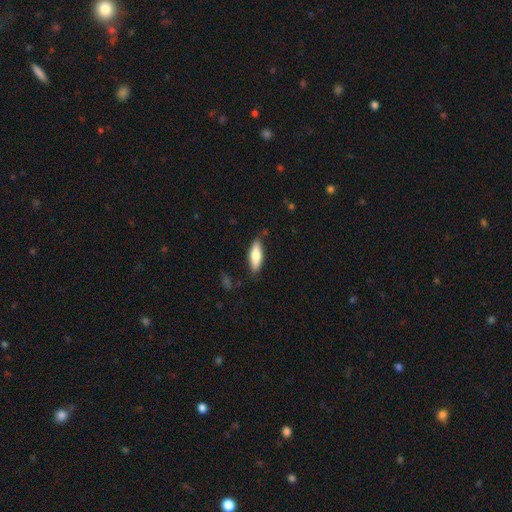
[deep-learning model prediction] Morphology: type=smooth (74%); roundness=in between (58%); merging=none (83%).